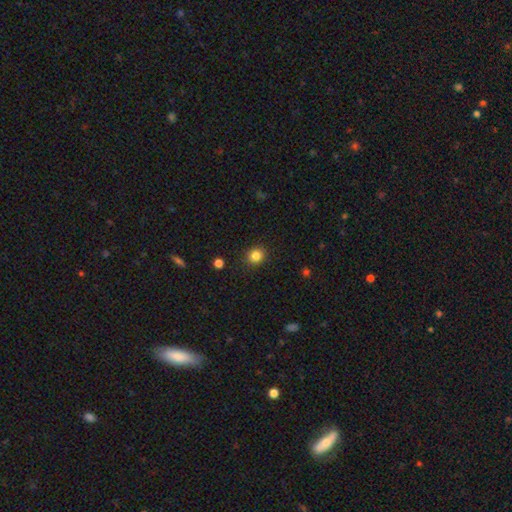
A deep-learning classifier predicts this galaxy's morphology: smooth 84%, star or artifact 12%, featured or disk 4%. Down the decision tree: how rounded — round (83%); merging — none (89%).